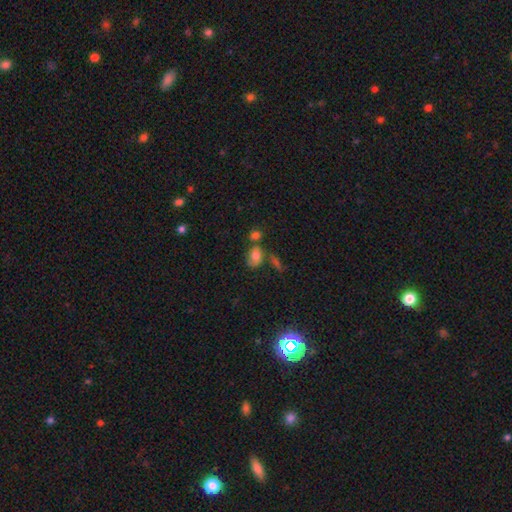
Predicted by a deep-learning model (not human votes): Smooth or featured?
  - smooth: 67% *
  - featured or disk: 20%
  - star or artifact: 13%
How rounded?
  - in between: 66% *
  - round: 32%
  - cigar-shaped: 2%
Merging?
  - none: 42% *
  - merger: 27%
  - minor disturbance: 20%
  - major disturbance: 11%